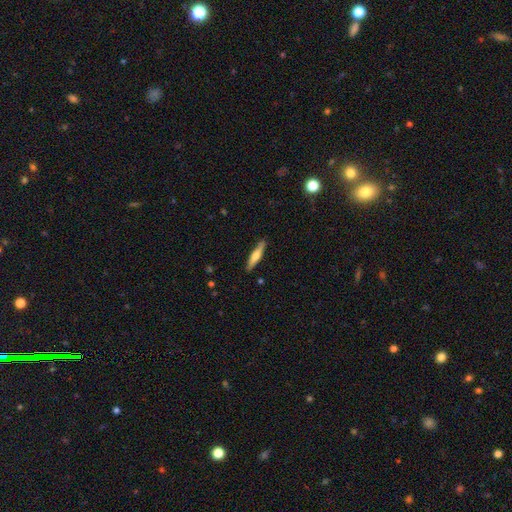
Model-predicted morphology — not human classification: This is possibly a smooth galaxy (48%). Merging: clearly none (89%).